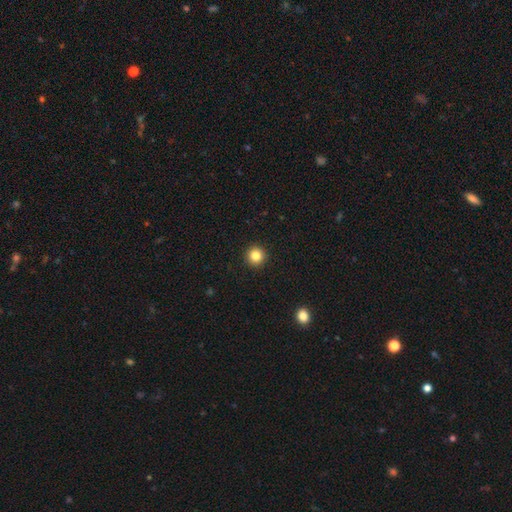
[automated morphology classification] type=smooth (83%); roundness=round (96%); merging=none (94%).